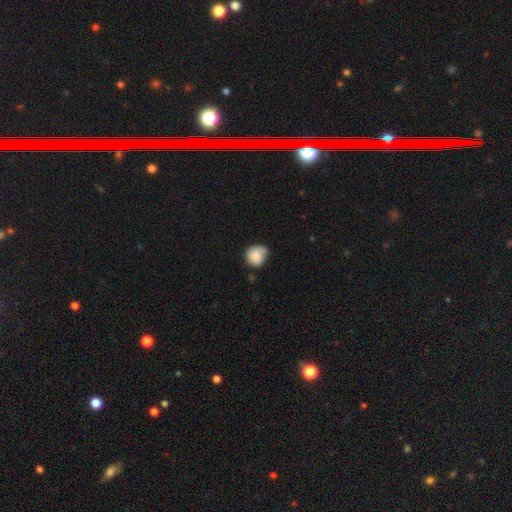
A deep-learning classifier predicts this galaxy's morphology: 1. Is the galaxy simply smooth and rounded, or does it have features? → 79% smooth, 14% featured or disk, 7% star or artifact.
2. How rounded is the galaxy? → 81% round, 18% in between, 1% cigar-shaped.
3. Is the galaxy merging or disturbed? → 48% none, 39% minor disturbance, 10% major disturbance, 4% merger.